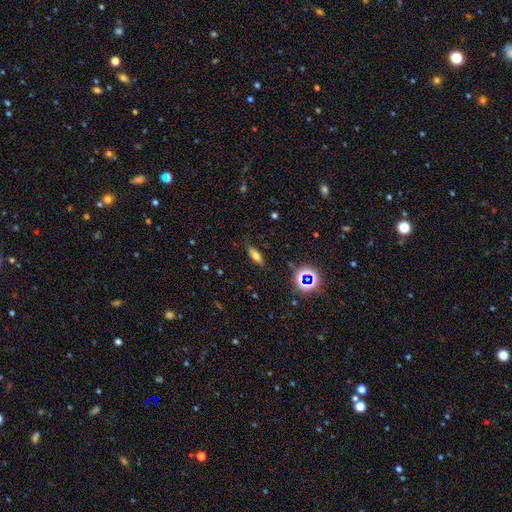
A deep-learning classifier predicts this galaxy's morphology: Overall: smooth (67%). How rounded: in between (64%; cigar-shaped 31%). Merging: none (82%).